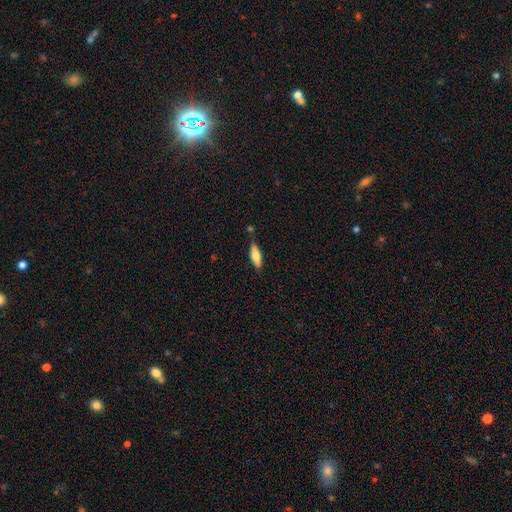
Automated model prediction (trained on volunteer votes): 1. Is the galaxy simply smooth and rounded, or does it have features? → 65% smooth, 29% featured or disk, 6% star or artifact.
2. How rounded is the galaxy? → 52% cigar-shaped, 46% in between, 2% round.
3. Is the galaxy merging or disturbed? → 76% none, 16% minor disturbance, 5% merger, 3% major disturbance.